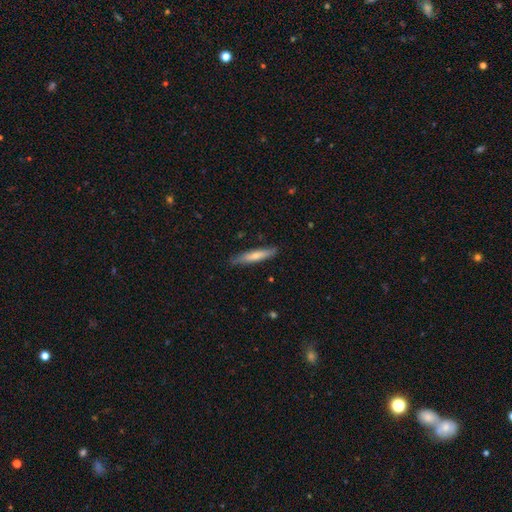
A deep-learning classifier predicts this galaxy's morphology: This is likely a smooth galaxy (66%). How rounded: clearly cigar-shaped (89%). Merging: clearly none (83%).